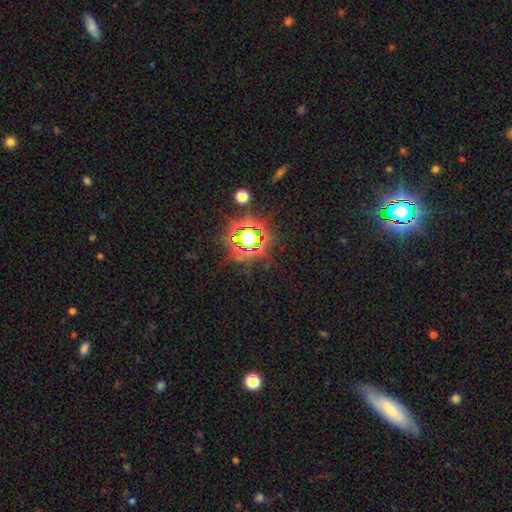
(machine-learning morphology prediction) This appears to be a star or artifact, not a galaxy (78%).